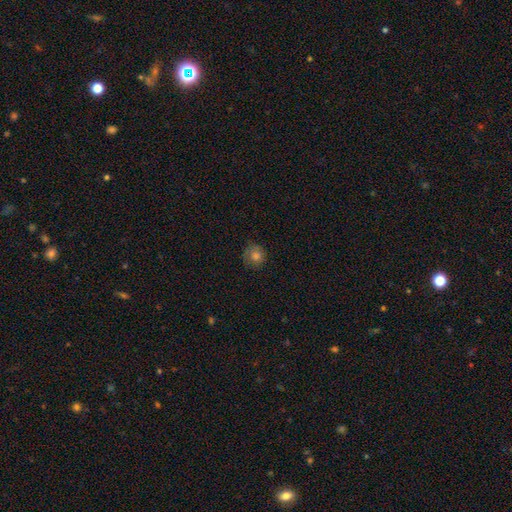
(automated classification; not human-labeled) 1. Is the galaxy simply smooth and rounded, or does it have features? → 75% smooth, 13% star or artifact, 12% featured or disk.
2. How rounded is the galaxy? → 89% round, 10% in between, 1% cigar-shaped.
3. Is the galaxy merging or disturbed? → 78% none, 16% minor disturbance, 5% major disturbance, 1% merger.